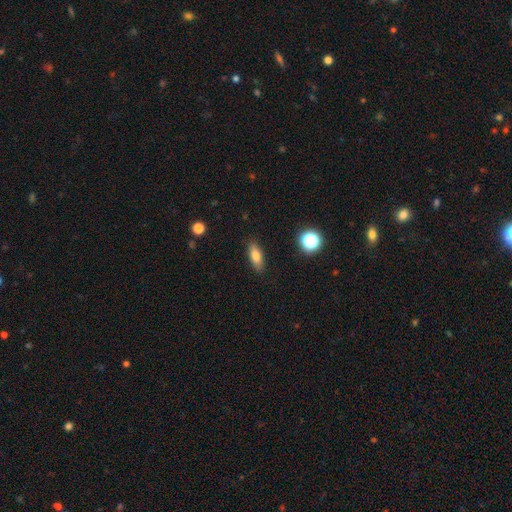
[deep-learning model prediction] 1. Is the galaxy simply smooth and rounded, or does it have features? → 78% smooth, 13% featured or disk, 9% star or artifact.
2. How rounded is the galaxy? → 72% in between, 23% cigar-shaped, 5% round.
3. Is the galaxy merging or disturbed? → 88% none, 9% minor disturbance, 2% major disturbance, 1% merger.